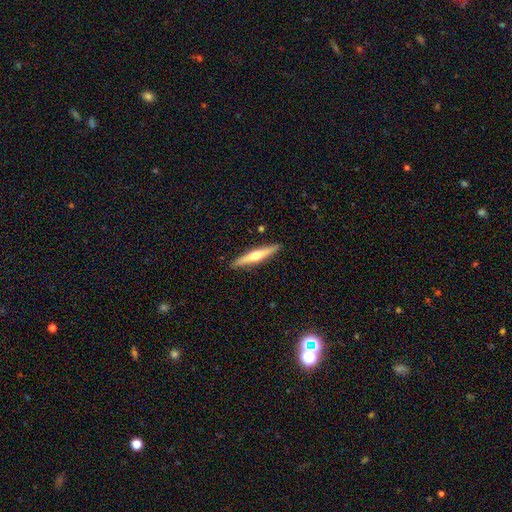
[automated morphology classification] smooth-or-featured: featured or disk: 56% | smooth: 39% | star or artifact: 5%
  disk-edge-on: yes: 96% | no: 4%
    edge-on-bulge: rounded: 88% | none: 9% | boxy: 3%
  merging: none: 90% | minor disturbance: 7% | major disturbance: 1% | merger: 1%